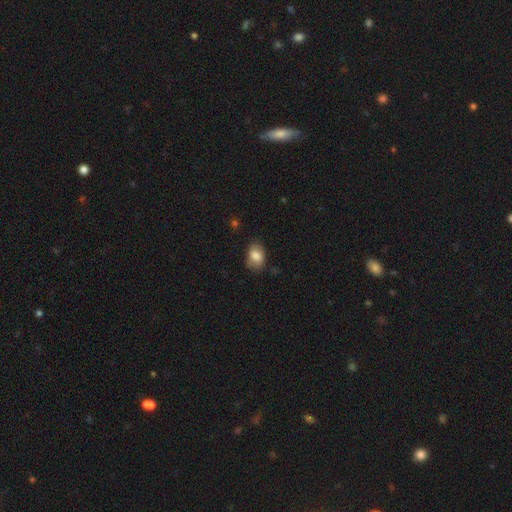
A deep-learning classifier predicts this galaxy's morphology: Overall: smooth (81%). How rounded: in between (81%). Merging: none (71%).